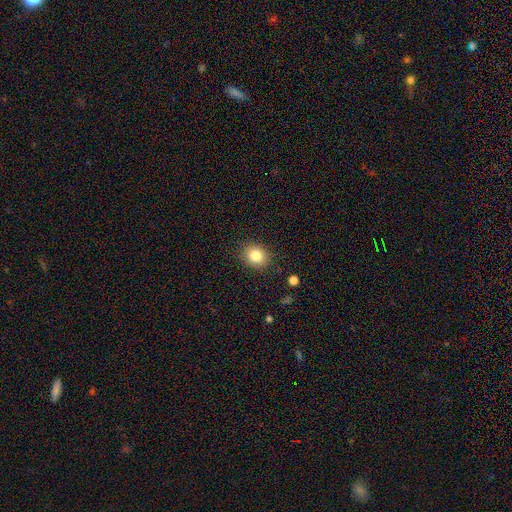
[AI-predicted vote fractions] A smooth galaxy with no disk features (84%) that is round (67%).

Vote fractions:
- Smooth or featured? smooth: 84% / star or artifact: 10% / featured or disk: 6%
- How rounded? round: 67% / in between: 33% / cigar-shaped: 1%
- Merging? none: 87% / minor disturbance: 9% / major disturbance: 3% / merger: 1%